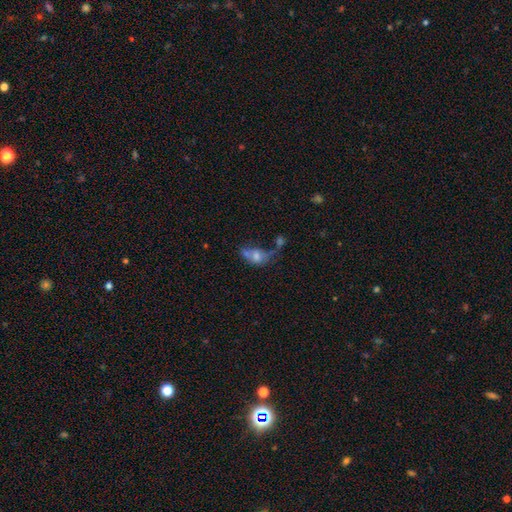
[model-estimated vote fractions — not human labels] Smooth or featured?
  - smooth: 60% *
  - featured or disk: 28%
  - star or artifact: 12%
How rounded?
  - in between: 75% *
  - round: 22%
  - cigar-shaped: 3%
Merging?
  - merger: 44% *
  - none: 21%
  - major disturbance: 20%
  - minor disturbance: 15%